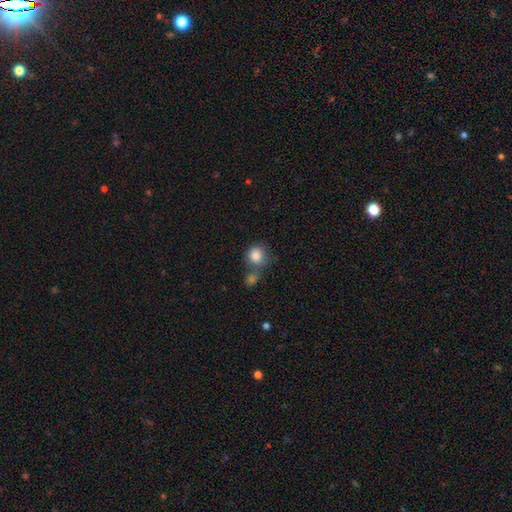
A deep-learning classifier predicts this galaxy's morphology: smooth-or-featured: smooth: 85% | star or artifact: 9% | featured or disk: 6%
  how-rounded: round: 84% | in between: 15% | cigar-shaped: 1%
  merging: none: 49% | merger: 33% | minor disturbance: 13% | major disturbance: 5%